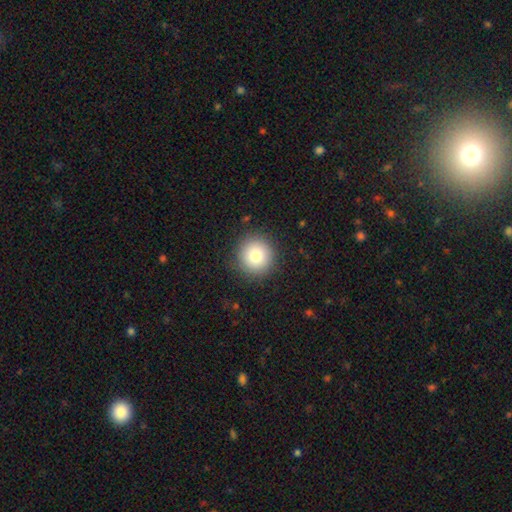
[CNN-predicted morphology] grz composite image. It shows a smooth galaxy with no disk features (80%) that is round (95%). Merging: none (89%).